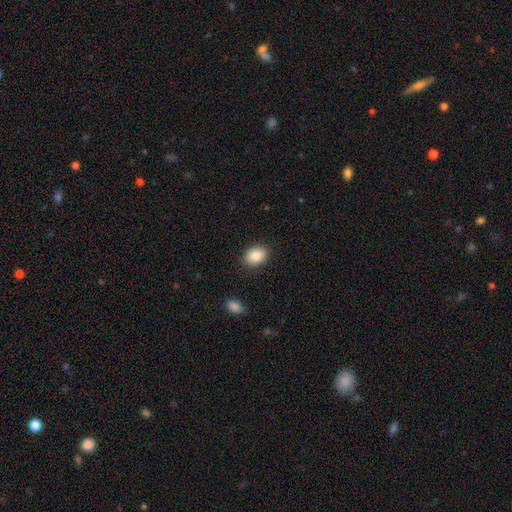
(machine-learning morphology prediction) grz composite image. It shows a smooth galaxy with no disk features (86%) that is in between round and cigar-shaped (76%). Merging: none (87%).